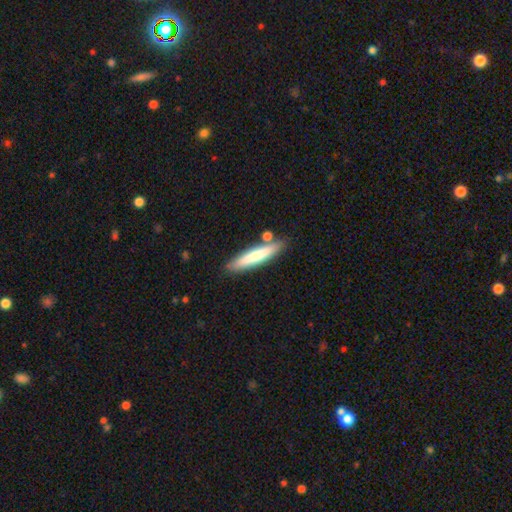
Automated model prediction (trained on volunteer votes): Morphology: type=smooth (66%); roundness=cigar-shaped (88%); merging=none (79%).